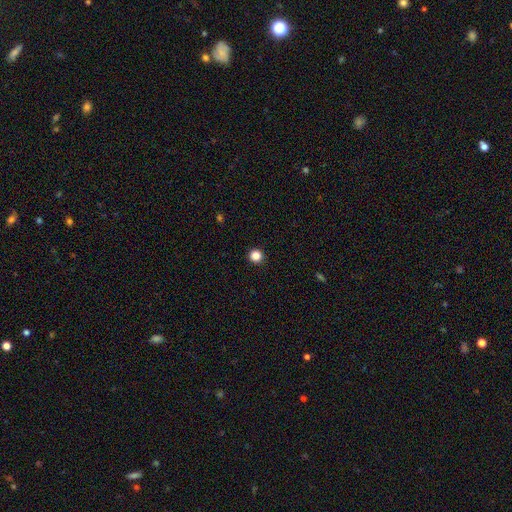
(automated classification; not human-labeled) This is clearly a smooth galaxy (85%). How rounded: clearly round (95%). Merging: clearly none (93%).